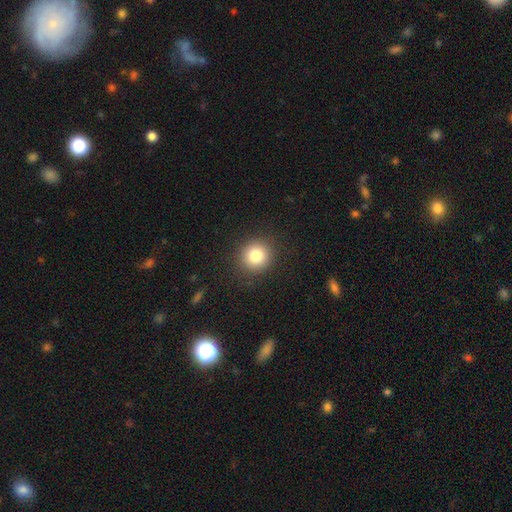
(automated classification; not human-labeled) Smooth or featured: smooth — 82% (star or artifact — 11%)
How rounded: round — 91% (in between — 8%)
Merging: none — 90% (minor disturbance — 6%)